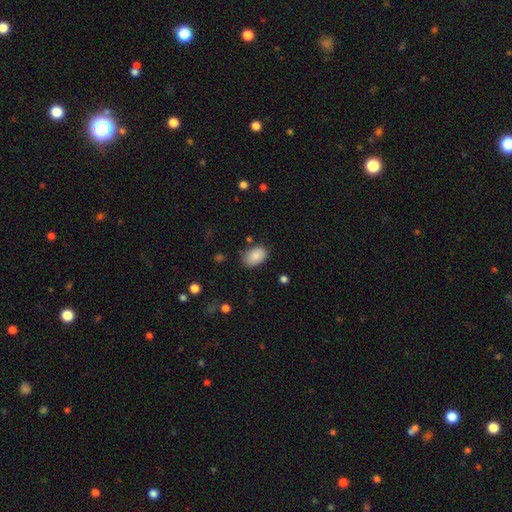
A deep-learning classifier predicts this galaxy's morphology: Smooth or featured?
  - smooth: 88% *
  - star or artifact: 7%
  - featured or disk: 5%
How rounded?
  - in between: 88% *
  - round: 11%
  - cigar-shaped: 1%
Merging?
  - none: 79% *
  - minor disturbance: 16%
  - major disturbance: 4%
  - merger: 2%